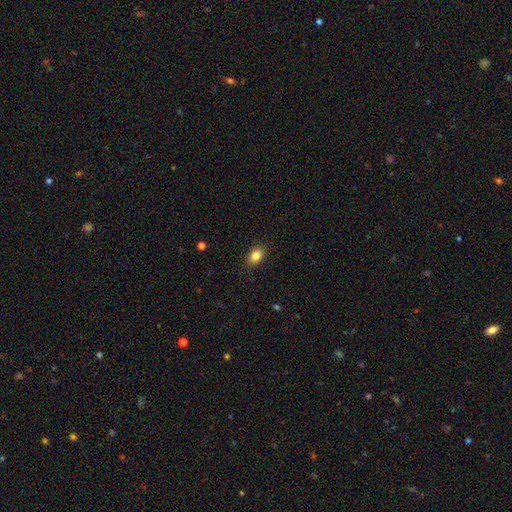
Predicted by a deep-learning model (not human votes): Overall: smooth (84%). How rounded: in between (81%). Merging: none (86%).